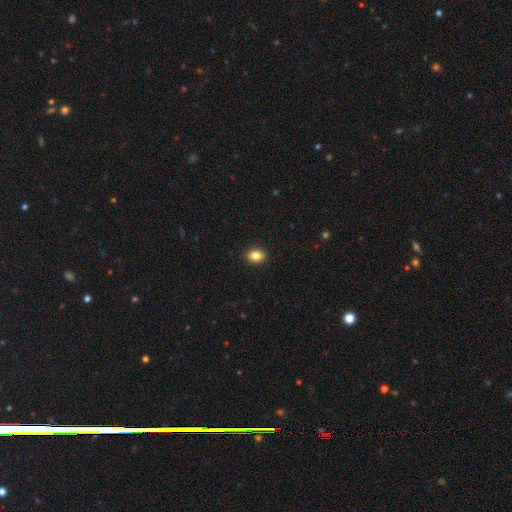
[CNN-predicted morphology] The model was most divided on "how rounded": in between: 61%, round: 38%, cigar-shaped: 1%. More confident: merging — none (91%); smooth or featured — smooth (85%).